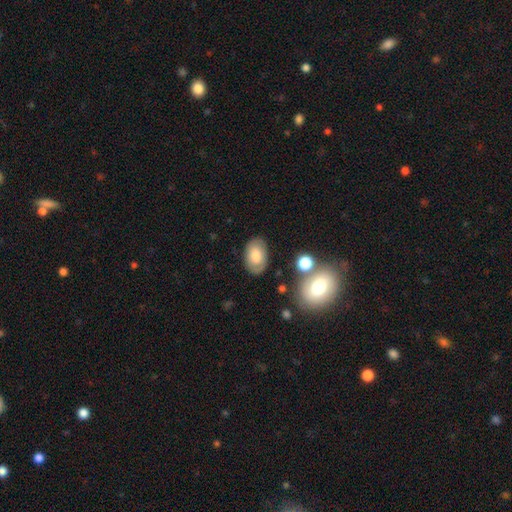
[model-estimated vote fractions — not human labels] Overall: smooth (73%). How rounded: in between (90%). Merging: none (79%).